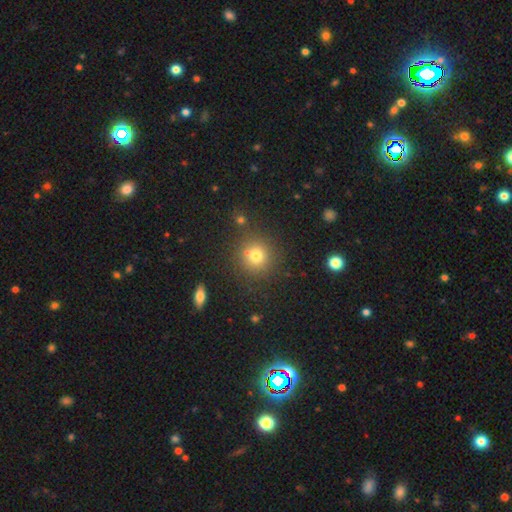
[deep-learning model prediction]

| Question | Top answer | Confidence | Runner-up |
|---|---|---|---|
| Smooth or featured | smooth | 75% | star or artifact (16%) |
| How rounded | round | 92% | in between (7%) |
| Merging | none | 79% | merger (9%) |